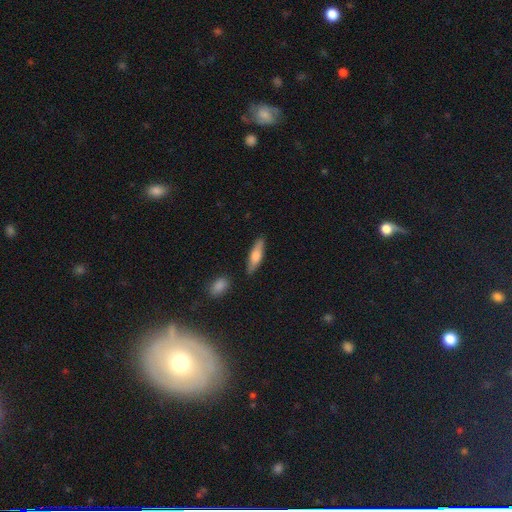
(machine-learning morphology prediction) The model was most divided on "how rounded": cigar-shaped: 63%, in between: 35%, round: 2%. More confident: merging — none (83%); smooth or featured — smooth (65%).